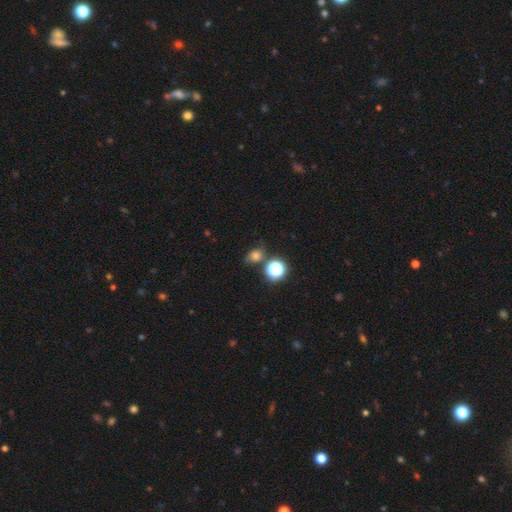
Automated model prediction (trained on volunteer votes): Smooth or featured?
  - smooth: 64% *
  - star or artifact: 23%
  - featured or disk: 13%
How rounded?
  - round: 60% *
  - in between: 38%
  - cigar-shaped: 2%
Merging?
  - none: 60% *
  - minor disturbance: 22%
  - merger: 10%
  - major disturbance: 9%